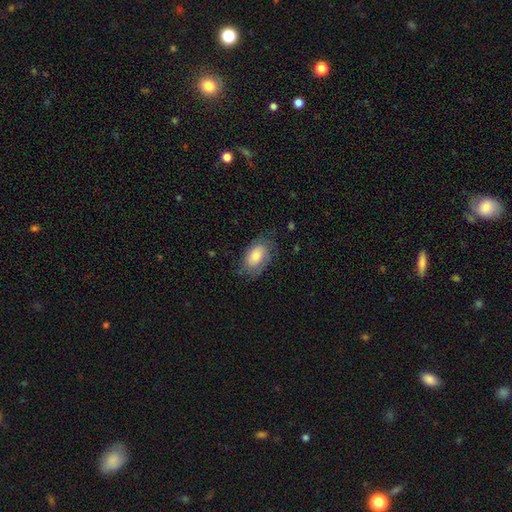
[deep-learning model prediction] The model was most divided on "smooth or featured": smooth: 65%, featured or disk: 27%, star or artifact: 7%. More confident: how rounded — in between (91%); merging — none (66%).